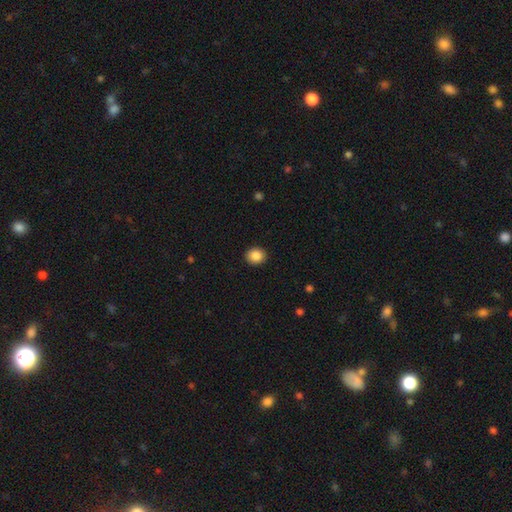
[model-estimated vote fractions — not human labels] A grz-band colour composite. It shows a smooth galaxy with no disk features (87%) that is round (74%). Merging: none (91%).